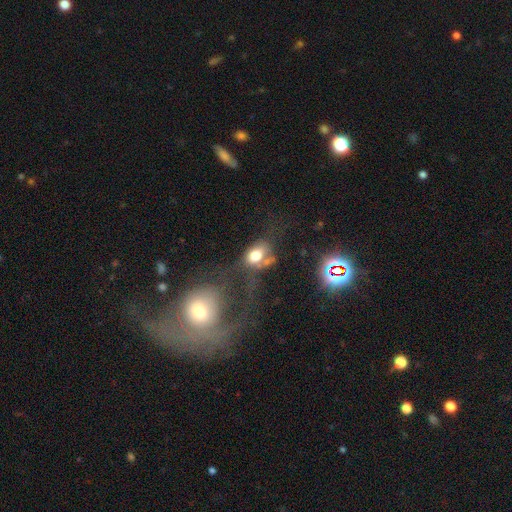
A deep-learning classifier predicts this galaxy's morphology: The model was most divided on "merging": none: 34%, merger: 25%, major disturbance: 21%, minor disturbance: 19%. More confident: how rounded — in between (77%); smooth or featured — smooth (69%).